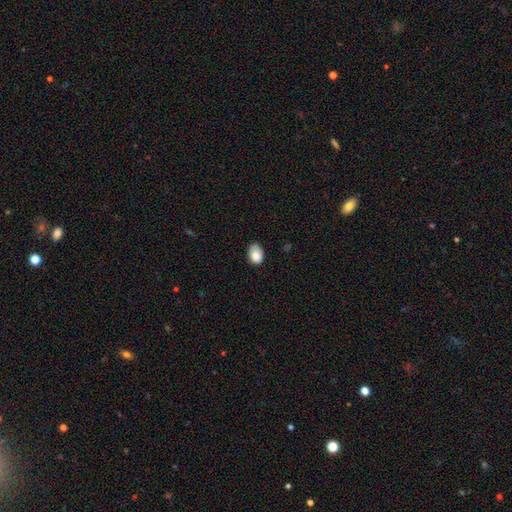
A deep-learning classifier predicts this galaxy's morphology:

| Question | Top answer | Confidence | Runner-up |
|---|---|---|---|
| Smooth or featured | smooth | 82% | featured or disk (9%) |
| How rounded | in between | 77% | round (22%) |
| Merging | none | 67% | minor disturbance (27%) |